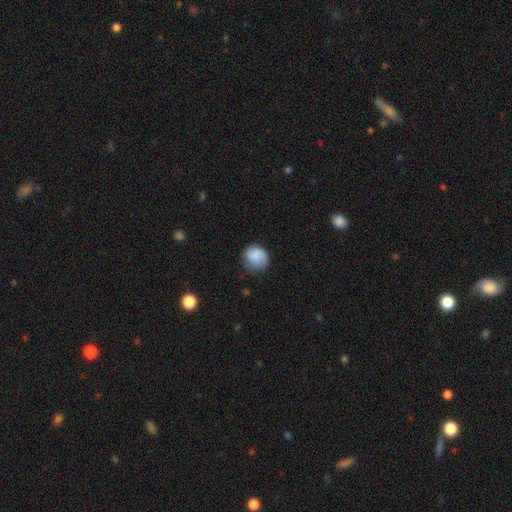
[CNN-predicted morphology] Smooth or featured?
  - smooth: 85% *
  - featured or disk: 7%
  - star or artifact: 7%
How rounded?
  - round: 82% *
  - in between: 17%
  - cigar-shaped: 1%
Merging?
  - none: 70% *
  - minor disturbance: 23%
  - major disturbance: 6%
  - merger: 1%